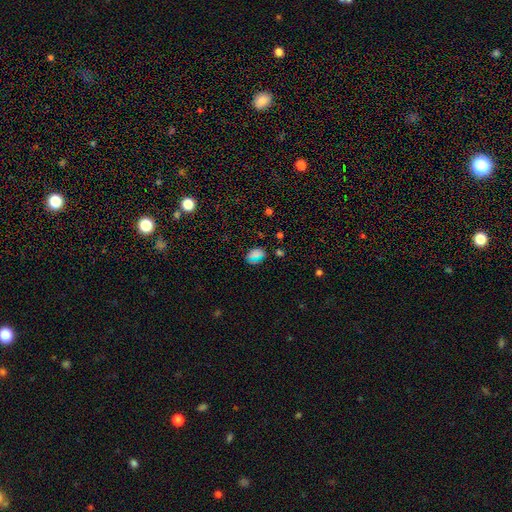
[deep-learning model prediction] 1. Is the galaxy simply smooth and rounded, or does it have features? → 64% smooth, 28% star or artifact, 8% featured or disk.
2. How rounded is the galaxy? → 73% in between, 23% round, 4% cigar-shaped.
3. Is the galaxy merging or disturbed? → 77% none, 15% minor disturbance, 5% major disturbance, 3% merger.